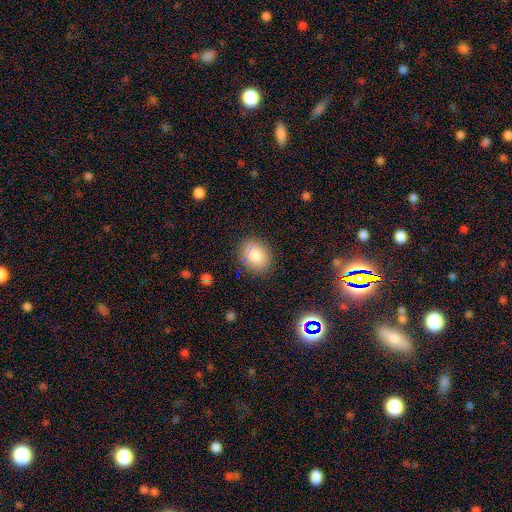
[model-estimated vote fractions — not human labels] smooth_or_featured: smooth (p=0.82) [alt: featured or disk p=0.09]
how_rounded: round (p=0.51) [alt: in between p=0.48]
merging: none (p=0.84) [alt: minor disturbance p=0.12]